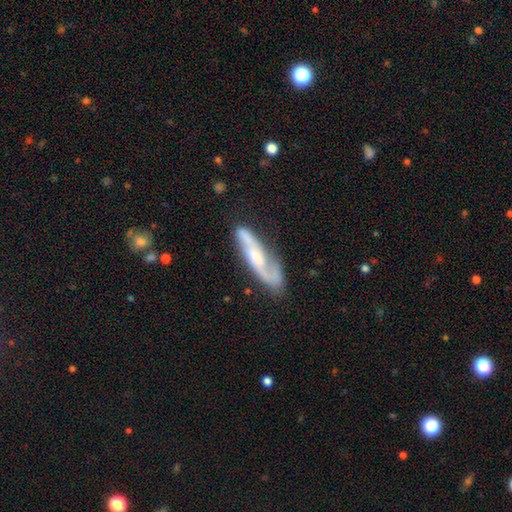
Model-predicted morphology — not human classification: smooth-or-featured: featured or disk: 78% | smooth: 16% | star or artifact: 6%
  disk-edge-on: no: 82% | yes: 18%
    bar: no: 48% | weak: 38% | strong: 15%
    has-spiral-arms: yes: 94% | no: 6%
      spiral-winding: medium: 46% | loose: 32% | tight: 21%
      spiral-arm-count: 2: 84% | can't tell: 7% | 1: 6% | 3: 1% | 4: 1% | more than 4: 1%
    bulge-size: moderate: 39% | small: 31% | none: 15% | large: 13% | dominant: 2%
  merging: none: 72% | minor disturbance: 18% | major disturbance: 7% | merger: 3%